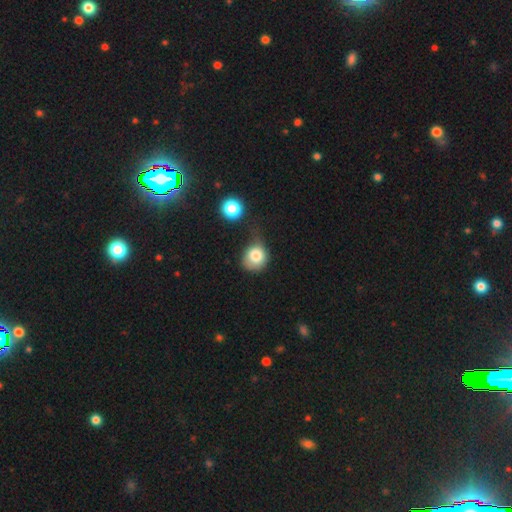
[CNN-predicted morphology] smooth 80%, featured or disk 11%, star or artifact 9%. Down the decision tree: how rounded — round (78%); merging — none (37%).